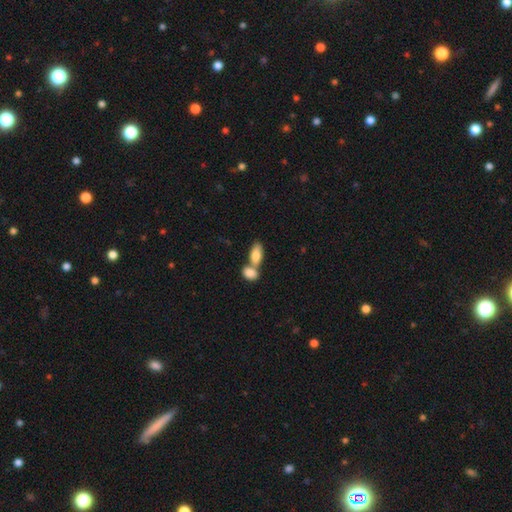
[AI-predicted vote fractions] smooth_or_featured: smooth (p=0.84) [alt: featured or disk p=0.10]
how_rounded: in between (p=0.90) [alt: cigar-shaped p=0.05]
merging: merger (p=0.61) [alt: none p=0.29]